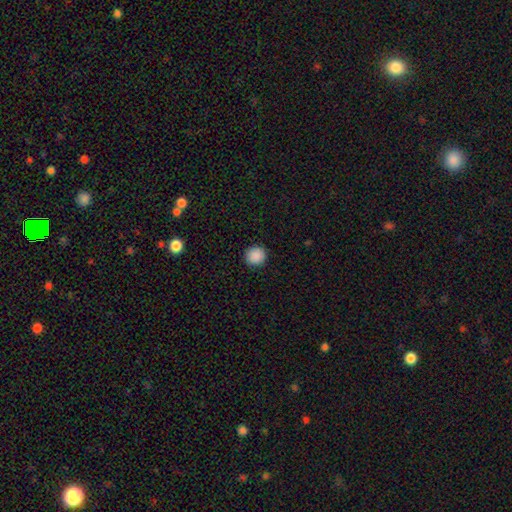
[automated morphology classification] Smooth or featured: smooth — 89% (star or artifact — 9%)
How rounded: round — 92% (in between — 7%)
Merging: none — 92% (minor disturbance — 5%)